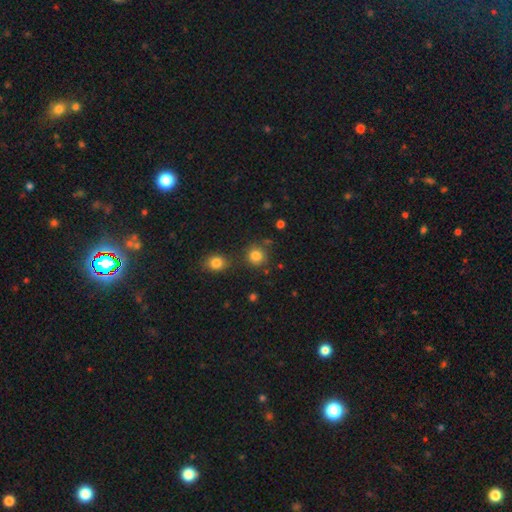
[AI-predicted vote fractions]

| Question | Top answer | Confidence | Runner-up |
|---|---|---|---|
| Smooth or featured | smooth | 82% | star or artifact (13%) |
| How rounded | round | 86% | in between (13%) |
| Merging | none | 75% | minor disturbance (11%) |